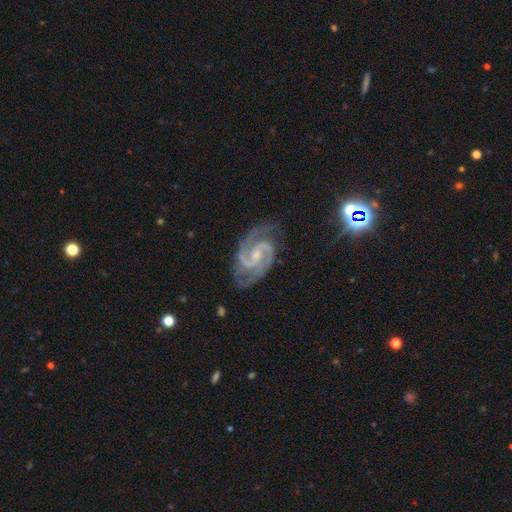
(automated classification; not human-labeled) A featured or disk galaxy (93%) with a weak bar (46%), 2 (86%) medium (58%) spiral arms (99%) and a small central bulge (64%). Merging: none (76%).